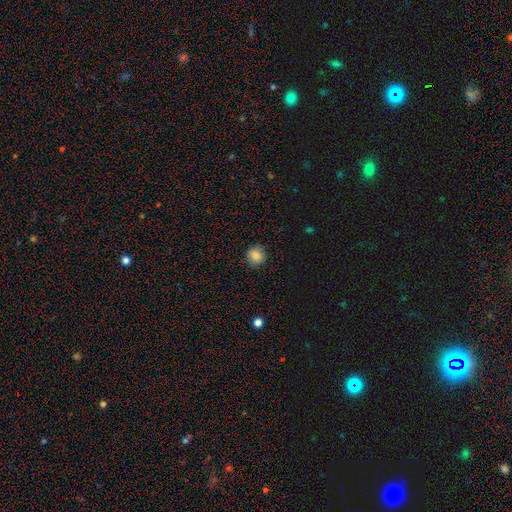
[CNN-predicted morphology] This is clearly a smooth galaxy (82%). How rounded: clearly round (87%). Merging: clearly none (88%).